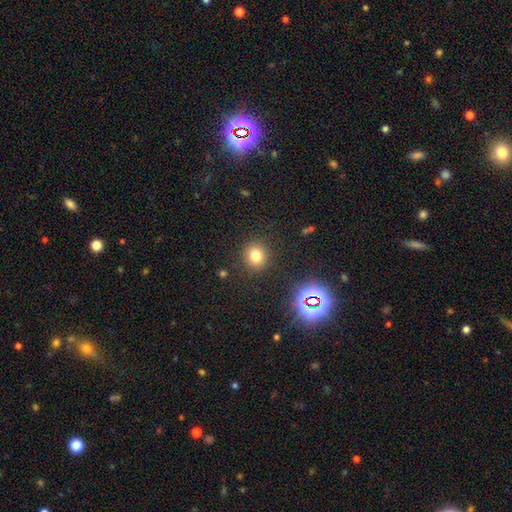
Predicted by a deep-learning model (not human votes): Overall: smooth (76%). How rounded: round (84%). Merging: none (88%).